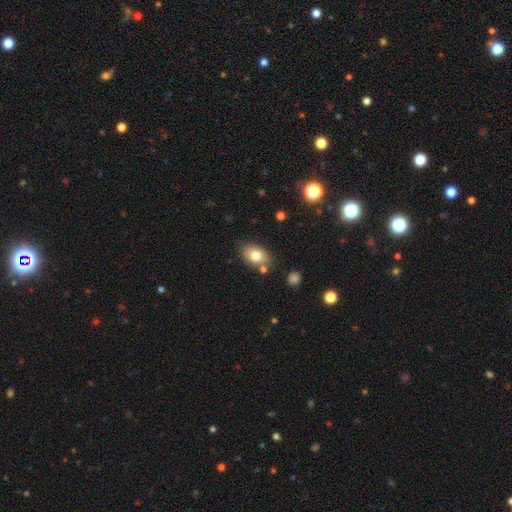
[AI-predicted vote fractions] A smooth galaxy with no disk features (78%) that is in between round and cigar-shaped (81%). Merging: none (75%).